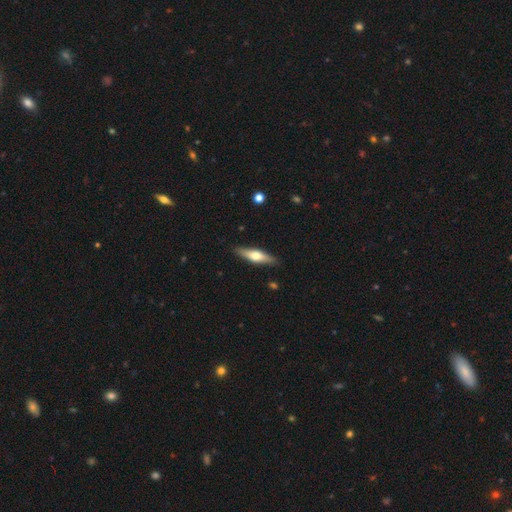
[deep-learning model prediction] Smooth or featured?
  - featured or disk: 51% *
  - smooth: 44%
  - star or artifact: 5%
Edge-on disk?
  - yes: 92% *
  - no: 8%
Merging?
  - none: 88% *
  - minor disturbance: 9%
  - major disturbance: 2%
  - merger: 1%